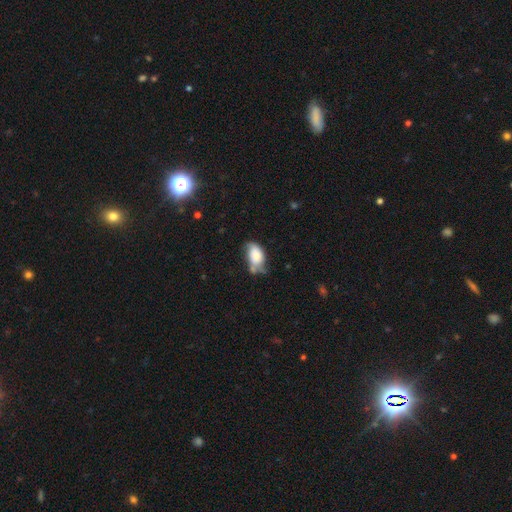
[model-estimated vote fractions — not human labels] smooth 68%, featured or disk 24%, star or artifact 8%. Down the decision tree: how rounded — in between (91%); merging — minor disturbance (36%).